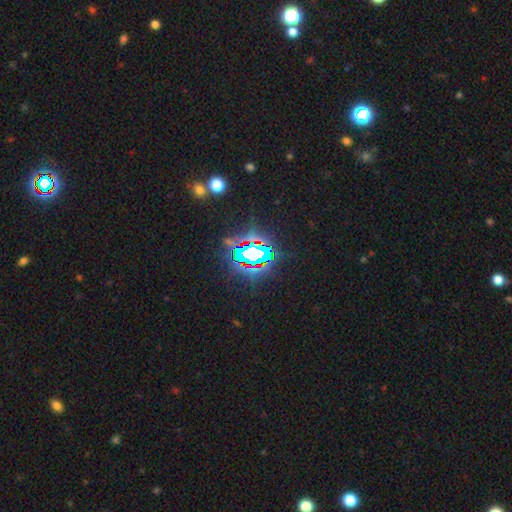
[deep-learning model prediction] Smooth or featured: star or artifact — 78% (smooth — 12%)